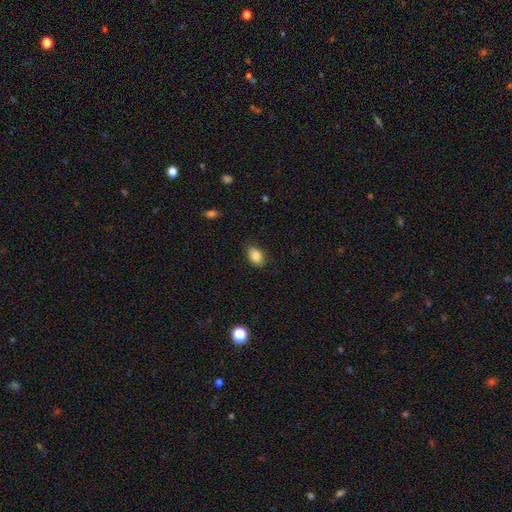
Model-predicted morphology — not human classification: Q: Smooth or featured?
A: smooth (87%); runner-up: star or artifact (8%)
Q: How rounded?
A: in between (84%); runner-up: round (15%)
Q: Merging?
A: none (81%); runner-up: minor disturbance (15%)